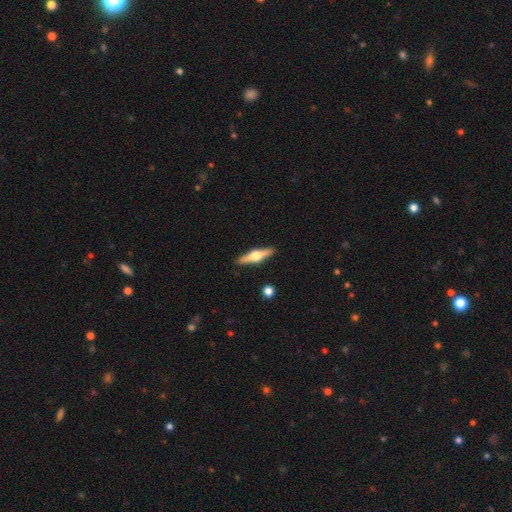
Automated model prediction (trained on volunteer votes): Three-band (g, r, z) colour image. It shows a featured or disk galaxy (69%) viewed edge-on (97%) with a rounded central bulge (95%). Merging: none (91%).